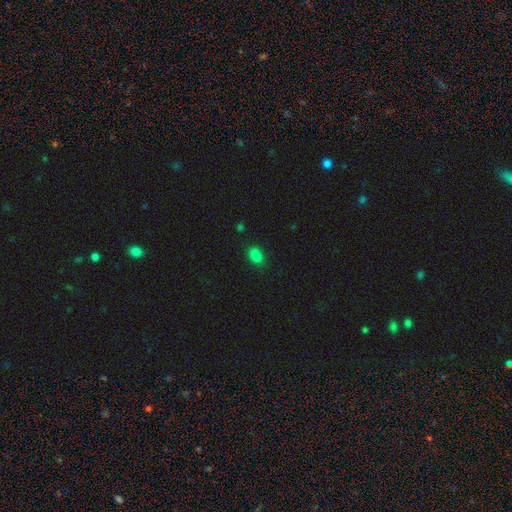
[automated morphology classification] type=smooth (84%); roundness=in between (86%); merging=none (84%).